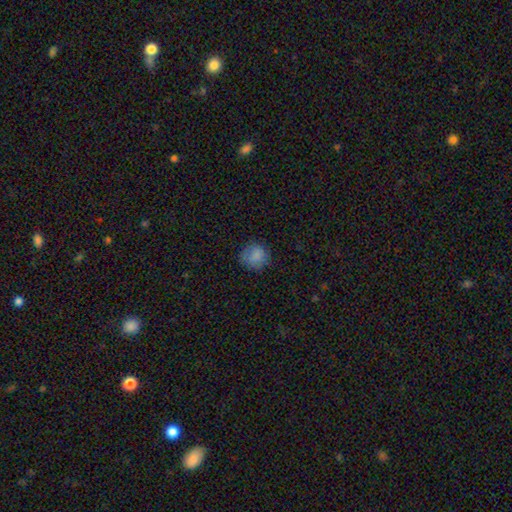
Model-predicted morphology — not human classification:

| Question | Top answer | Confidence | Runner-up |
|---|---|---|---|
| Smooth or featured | smooth | 82% | star or artifact (10%) |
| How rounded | round | 87% | in between (12%) |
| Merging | none | 77% | minor disturbance (17%) |